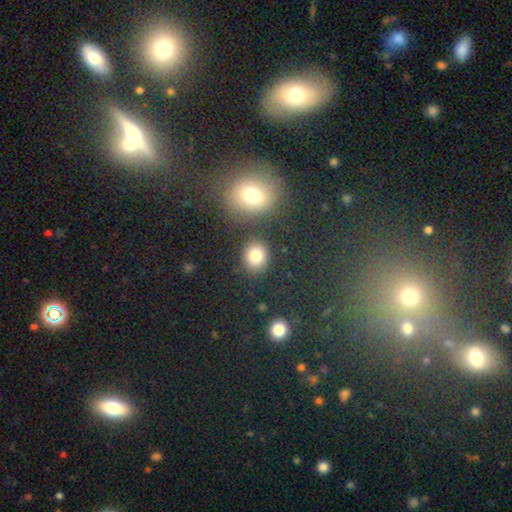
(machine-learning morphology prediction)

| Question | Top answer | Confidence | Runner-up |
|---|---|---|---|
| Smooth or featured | smooth | 81% | star or artifact (12%) |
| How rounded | round | 70% | in between (29%) |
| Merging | none | 79% | minor disturbance (9%) |